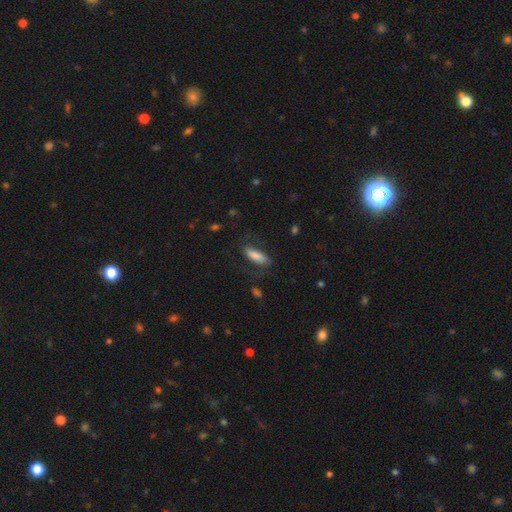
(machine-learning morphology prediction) This is likely a smooth galaxy (75%). How rounded: possibly in between (56%). Merging: likely none (66%).